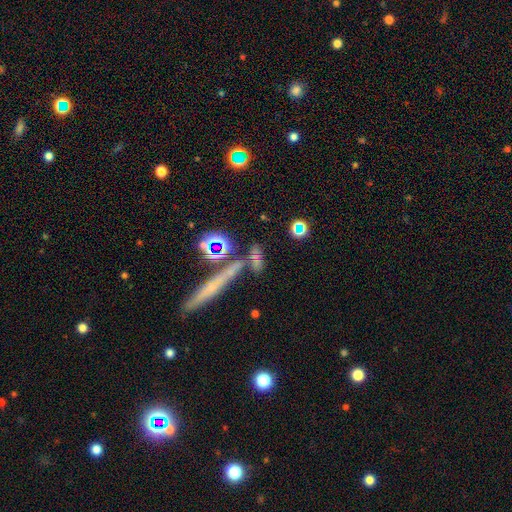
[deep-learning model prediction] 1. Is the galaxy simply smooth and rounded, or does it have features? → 48% smooth, 30% star or artifact, 22% featured or disk.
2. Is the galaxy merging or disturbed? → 61% none, 19% merger, 13% minor disturbance, 7% major disturbance.